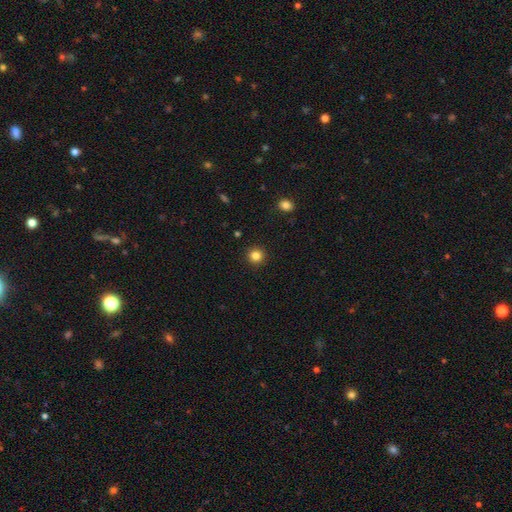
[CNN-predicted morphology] smooth 83%, star or artifact 12%, featured or disk 4%. Down the decision tree: how rounded — round (94%); merging — none (92%).